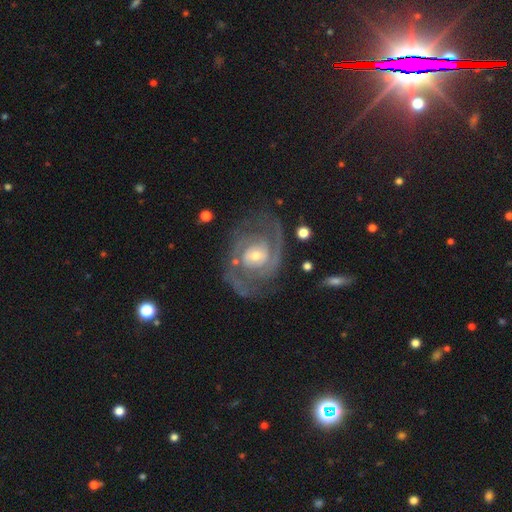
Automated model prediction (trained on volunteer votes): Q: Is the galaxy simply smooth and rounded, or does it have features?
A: featured or disk — 90%.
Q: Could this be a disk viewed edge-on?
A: no — 97%.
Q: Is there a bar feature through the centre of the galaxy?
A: no — 59%.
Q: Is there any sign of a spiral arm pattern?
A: yes — 96%.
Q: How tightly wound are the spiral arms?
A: tight — 47%.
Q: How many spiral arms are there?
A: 2 — 70%.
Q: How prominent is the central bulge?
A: moderate — 49%.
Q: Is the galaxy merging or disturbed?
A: none — 72%.